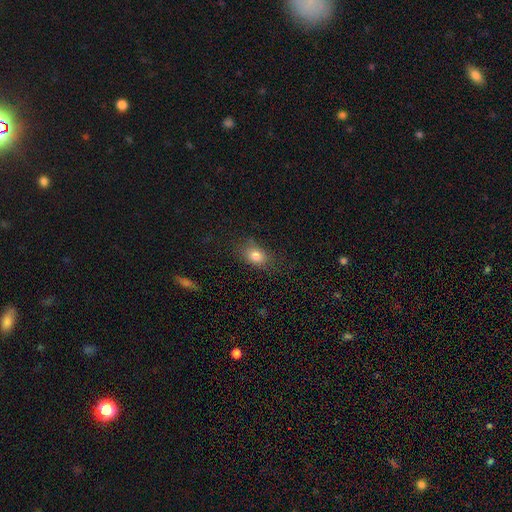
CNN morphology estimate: A smooth galaxy with no disk features (80%) that is in between round and cigar-shaped (72%). Merging: none (74%).